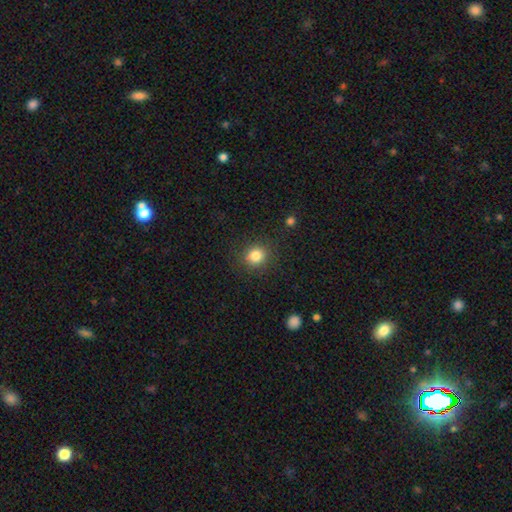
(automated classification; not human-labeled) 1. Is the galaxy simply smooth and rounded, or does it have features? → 83% smooth, 11% star or artifact, 5% featured or disk.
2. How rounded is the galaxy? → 87% round, 12% in between, 1% cigar-shaped.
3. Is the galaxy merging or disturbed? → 87% none, 8% minor disturbance, 3% major disturbance, 2% merger.